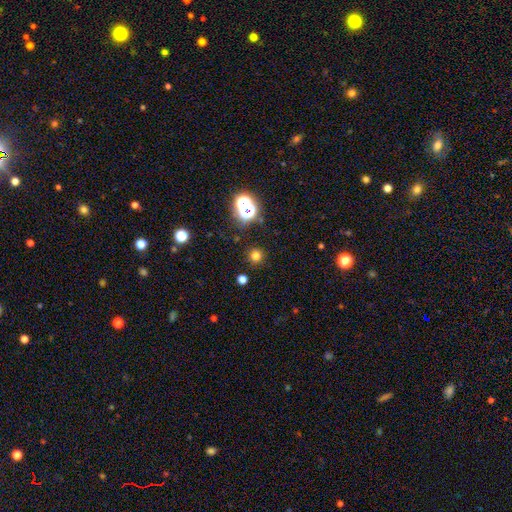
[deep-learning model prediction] Overall: smooth (71%). How rounded: round (93%). Merging: none (89%).